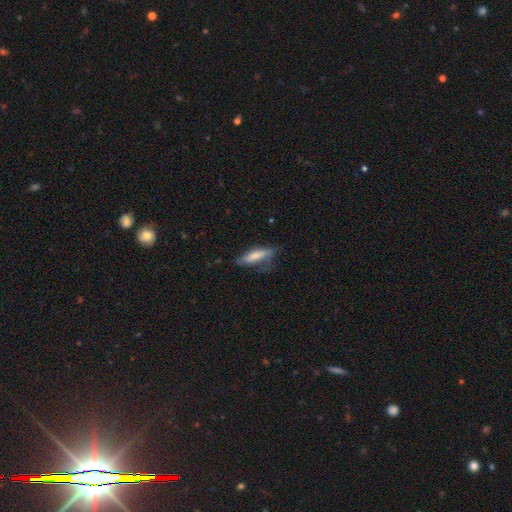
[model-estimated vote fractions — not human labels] Smooth or featured? Predicted: smooth (p=0.71). How rounded? Predicted: cigar-shaped (p=0.59). Merging? Predicted: none (p=0.56).